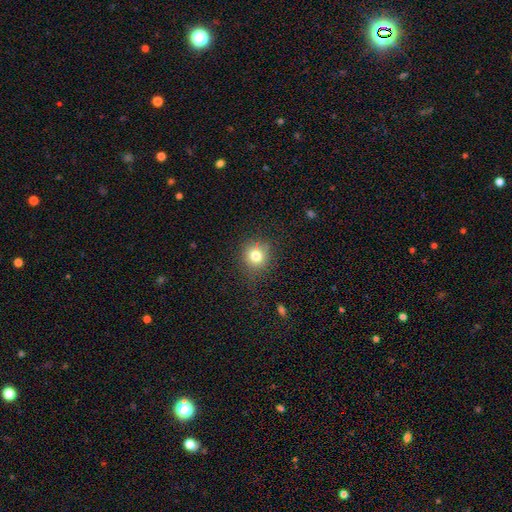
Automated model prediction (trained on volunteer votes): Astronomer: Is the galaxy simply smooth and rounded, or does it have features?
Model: smooth — 77%.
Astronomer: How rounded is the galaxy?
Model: round — 88%.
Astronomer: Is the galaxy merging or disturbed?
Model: none — 81%.